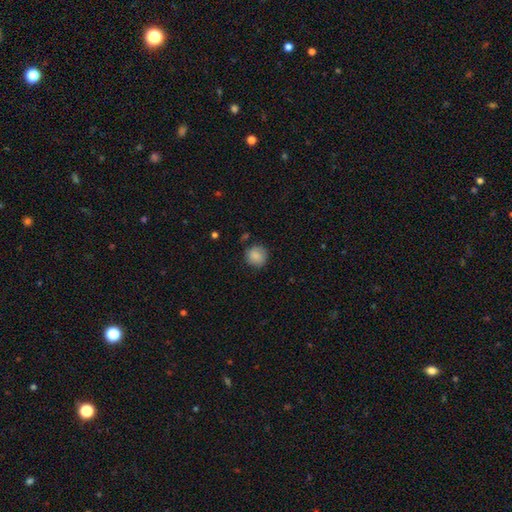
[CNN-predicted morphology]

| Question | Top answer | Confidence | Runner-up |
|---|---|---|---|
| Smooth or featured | smooth | 86% | star or artifact (8%) |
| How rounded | round | 89% | in between (10%) |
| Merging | none | 79% | minor disturbance (15%) |